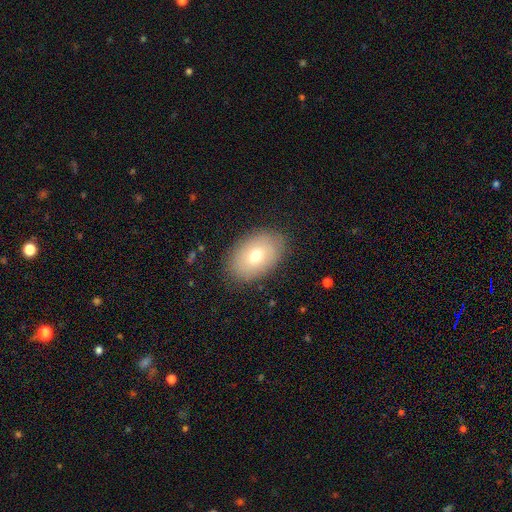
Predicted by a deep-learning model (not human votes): smooth-or-featured: smooth: 72% | featured or disk: 20% | star or artifact: 8%
  how-rounded: in between: 87% | round: 12% | cigar-shaped: 1%
  merging: none: 85% | minor disturbance: 11% | major disturbance: 3% | merger: 1%